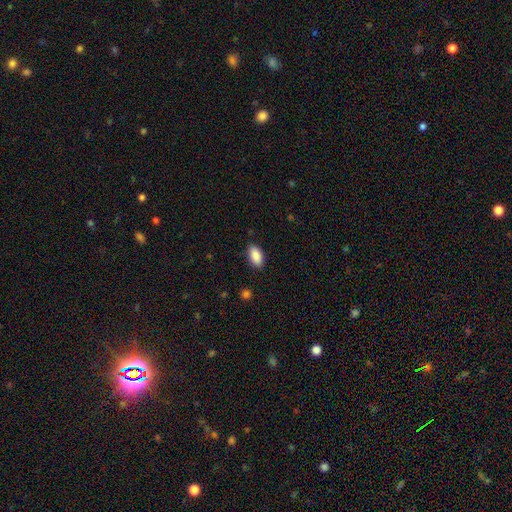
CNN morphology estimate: smooth_or_featured: smooth (p=0.90) [alt: star or artifact p=0.07]
how_rounded: in between (p=0.94) [alt: cigar-shaped p=0.03]
merging: none (p=0.87) [alt: minor disturbance p=0.09]